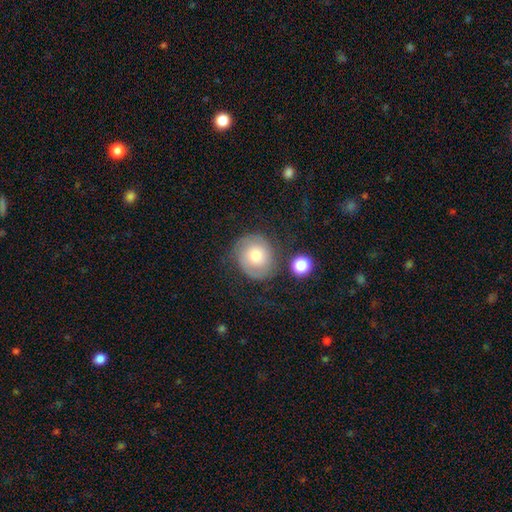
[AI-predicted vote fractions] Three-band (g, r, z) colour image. It shows a smooth galaxy with no disk features (48%). Merging: none (70%).